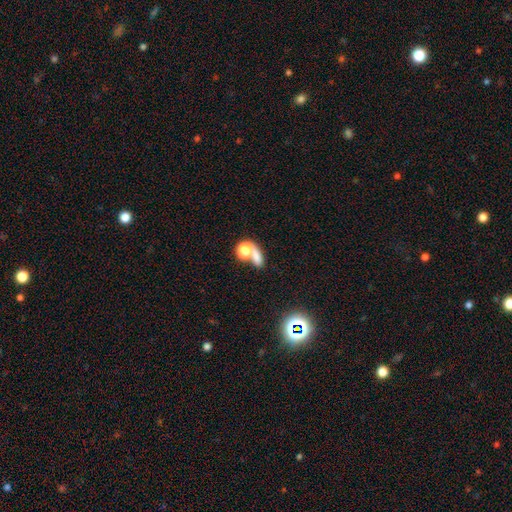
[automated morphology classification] Overall: smooth (72%). How rounded: in between (60%; round 34%). Merging: merger (52%; none 32%).